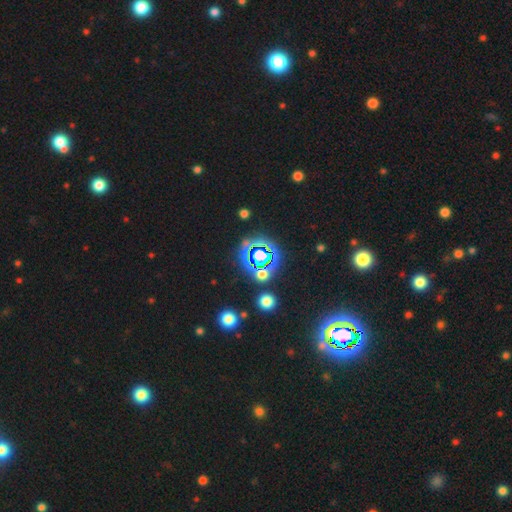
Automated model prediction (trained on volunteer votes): This is likely a star or artifact rather than a galaxy (64%).